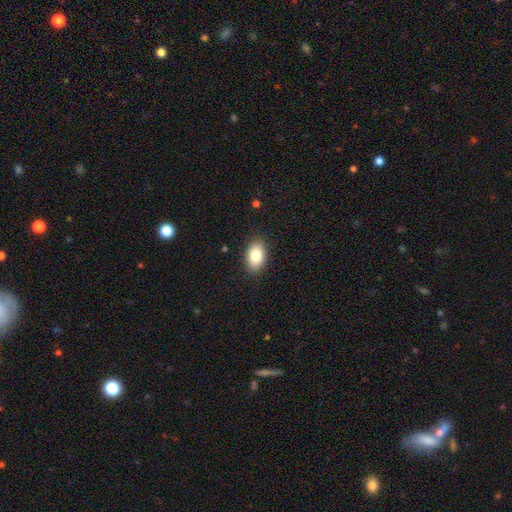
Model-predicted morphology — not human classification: Smooth or featured? smooth (83%)
How rounded? in between (91%)
Merging? none (88%)